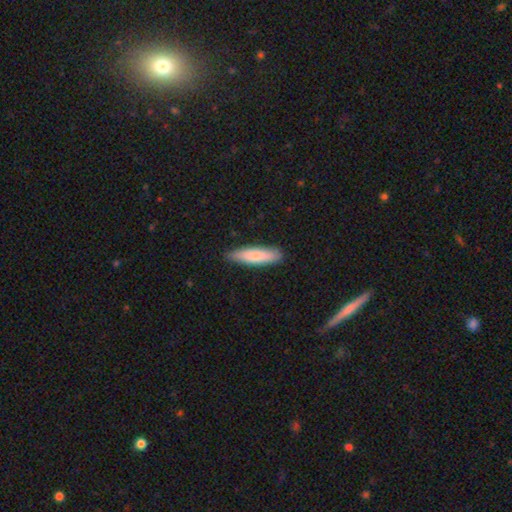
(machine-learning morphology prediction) smooth 79%, featured or disk 16%, star or artifact 5%. Down the decision tree: how rounded — cigar-shaped (74%); merging — none (86%).